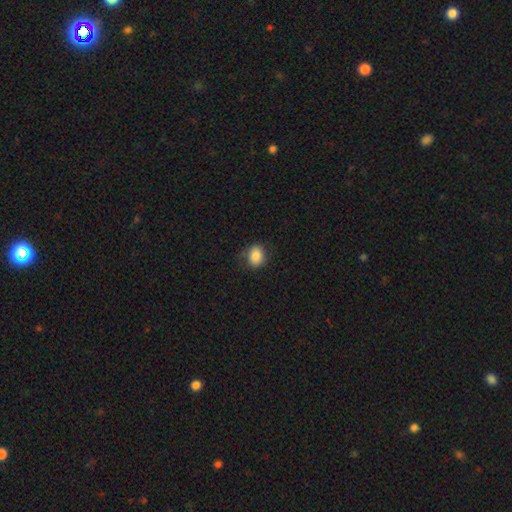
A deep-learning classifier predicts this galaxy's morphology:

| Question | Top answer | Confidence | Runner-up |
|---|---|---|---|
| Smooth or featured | smooth | 85% | star or artifact (9%) |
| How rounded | round | 55% | in between (44%) |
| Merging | none | 76% | minor disturbance (18%) |